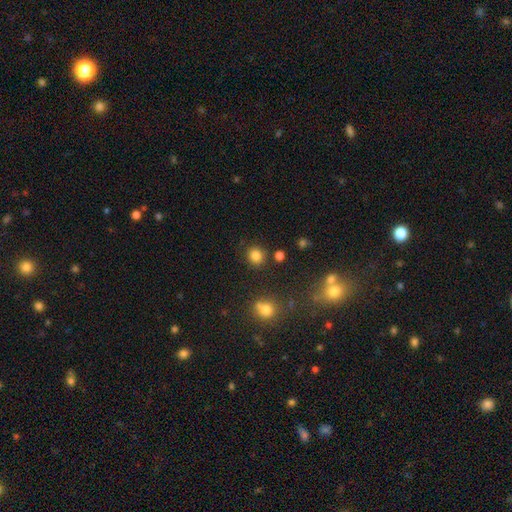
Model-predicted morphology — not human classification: smooth 82%, star or artifact 14%, featured or disk 5%. Down the decision tree: how rounded — round (86%); merging — none (85%).